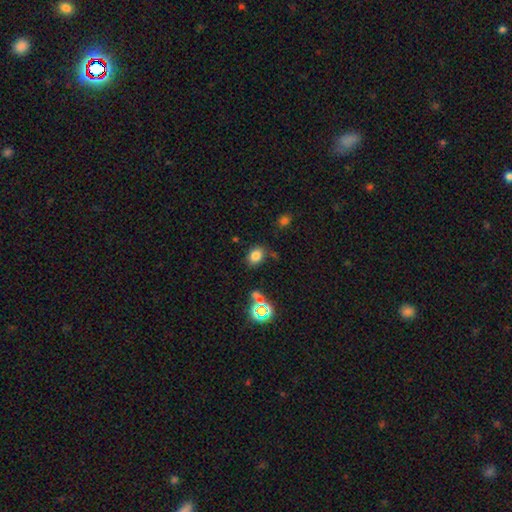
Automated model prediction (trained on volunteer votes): smooth_or_featured: smooth (p=0.77) [alt: star or artifact p=0.16]
how_rounded: in between (p=0.67) [alt: round p=0.32]
merging: none (p=0.74) [alt: minor disturbance p=0.16]